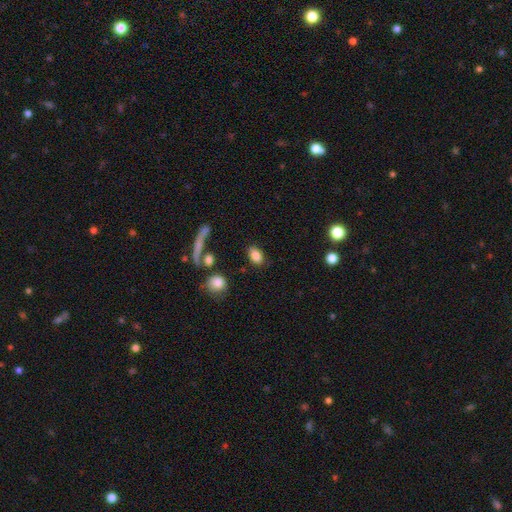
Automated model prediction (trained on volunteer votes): Smooth or featured?
  - smooth: 84% *
  - star or artifact: 9%
  - featured or disk: 7%
How rounded?
  - in between: 87% *
  - round: 10%
  - cigar-shaped: 3%
Merging?
  - none: 81% *
  - minor disturbance: 11%
  - merger: 4%
  - major disturbance: 4%